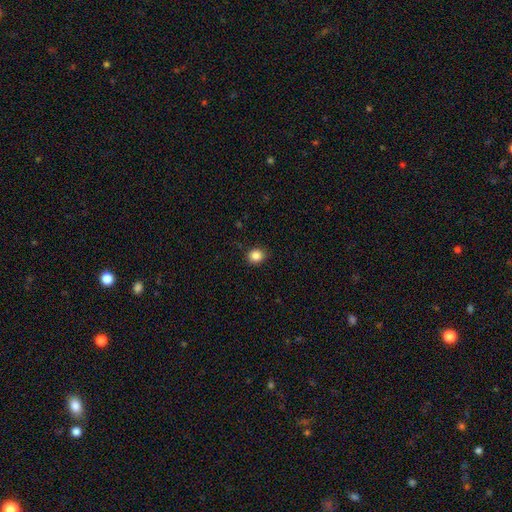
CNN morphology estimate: smooth-or-featured: smooth: 86% | star or artifact: 10% | featured or disk: 4%
  how-rounded: round: 77% | in between: 22% | cigar-shaped: 1%
  merging: none: 90% | minor disturbance: 7% | major disturbance: 2% | merger: 1%